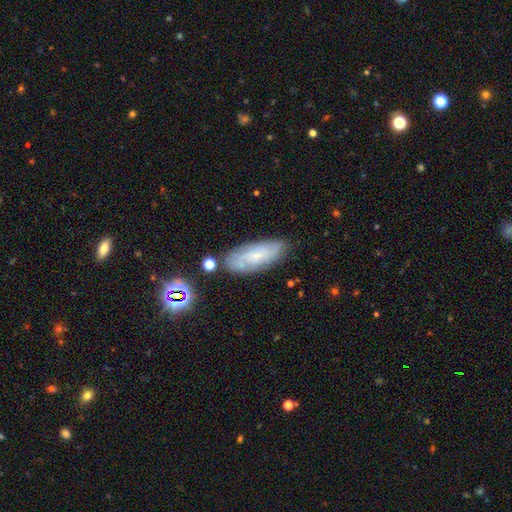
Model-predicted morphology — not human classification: This appears to be a featured or disk galaxy (47%). Merging: none (74%).